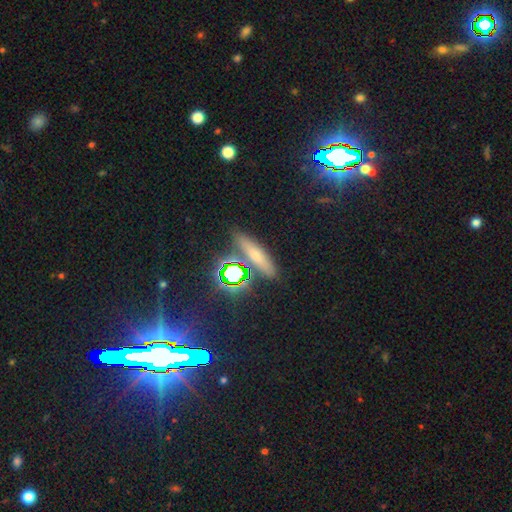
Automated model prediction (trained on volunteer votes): Morphology: type=smooth (55%); roundness=cigar-shaped (64%); merging=none (82%).